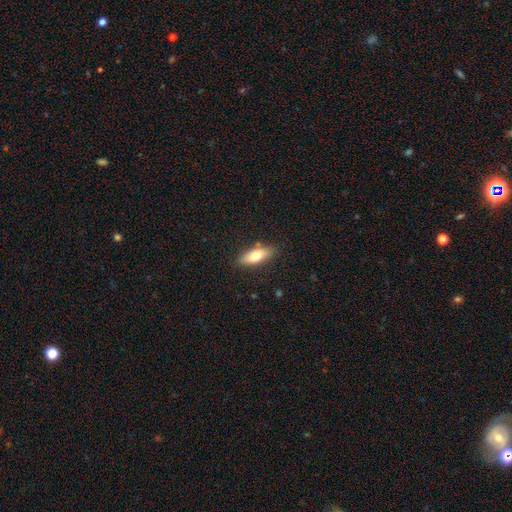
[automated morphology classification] smooth 72%, featured or disk 22%, star or artifact 6%. Down the decision tree: how rounded — in between (69%); merging — none (84%).